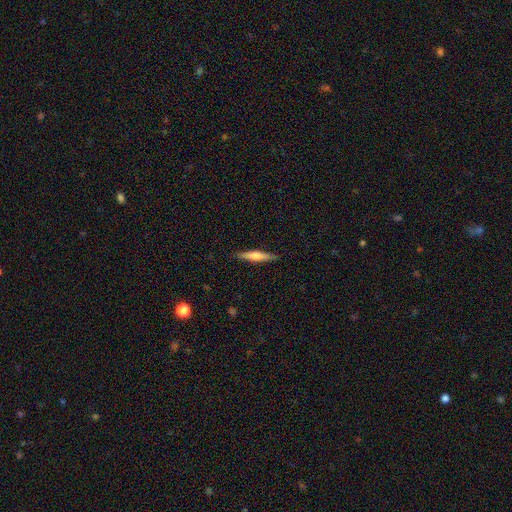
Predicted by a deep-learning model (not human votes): Morphology: type=featured or disk (48%); merging=none (89%).